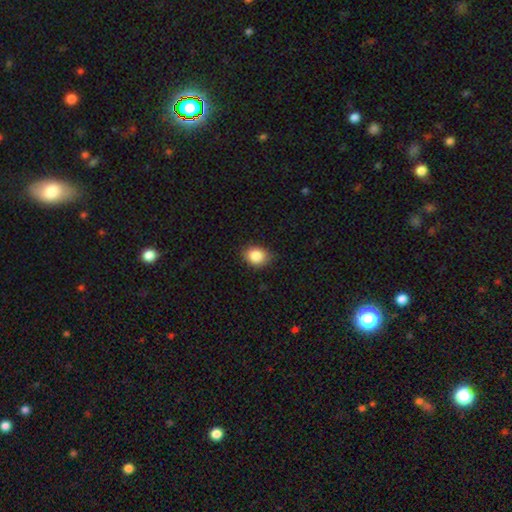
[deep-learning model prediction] Smooth or featured? smooth (86%)
How rounded? in between (52%)
Merging? none (82%)